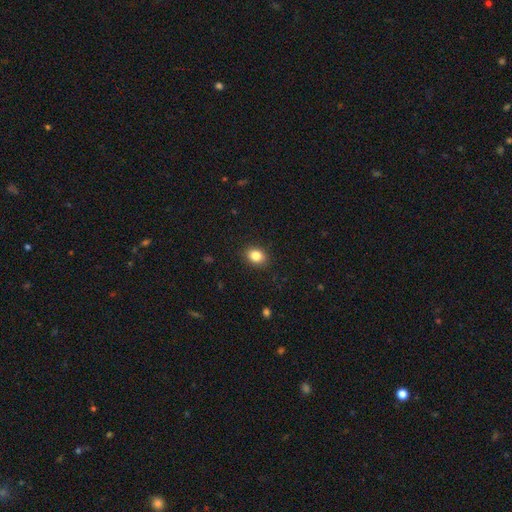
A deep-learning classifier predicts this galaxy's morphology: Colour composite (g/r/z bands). It shows a smooth galaxy with no disk features (85%) that is in between round and cigar-shaped (58%). Merging: none (89%).